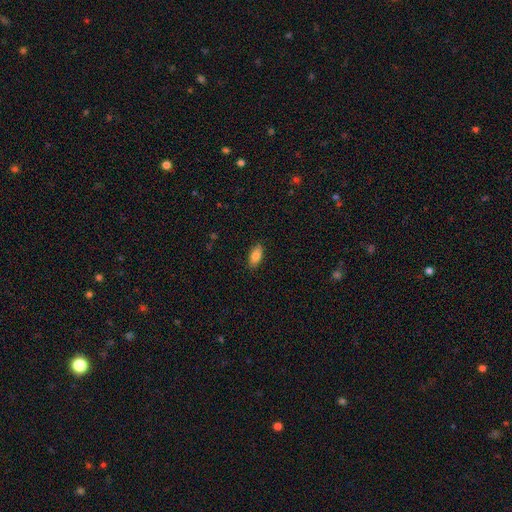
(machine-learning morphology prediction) A smooth galaxy with no disk features (85%) that is in between round and cigar-shaped (90%). Merging: none (87%).